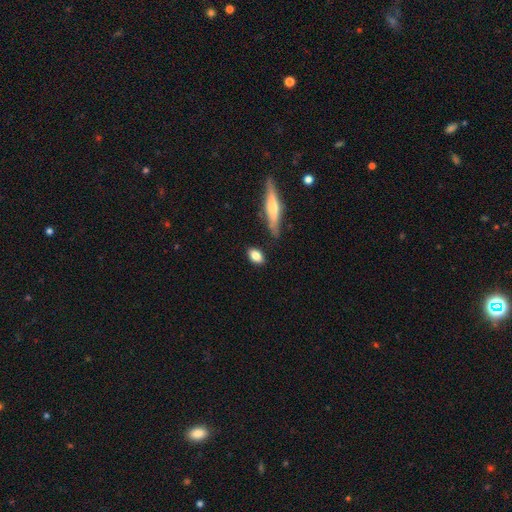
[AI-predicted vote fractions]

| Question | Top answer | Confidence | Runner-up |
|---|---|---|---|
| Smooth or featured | smooth | 81% | featured or disk (12%) |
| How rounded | in between | 81% | round (12%) |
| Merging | none | 82% | minor disturbance (12%) |